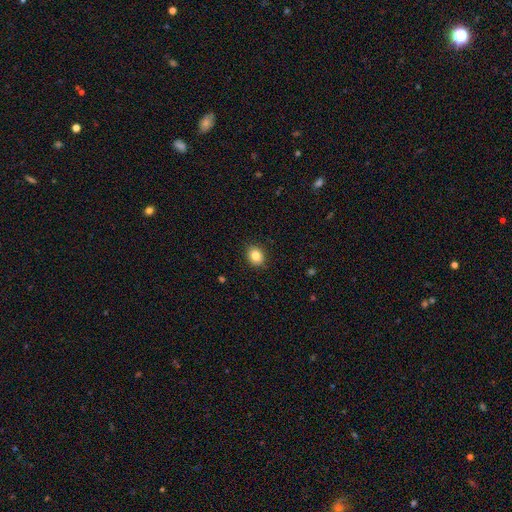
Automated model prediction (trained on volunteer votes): Smooth or featured: smooth — 84% (star or artifact — 10%)
How rounded: round — 59% (in between — 40%)
Merging: none — 90% (minor disturbance — 7%)